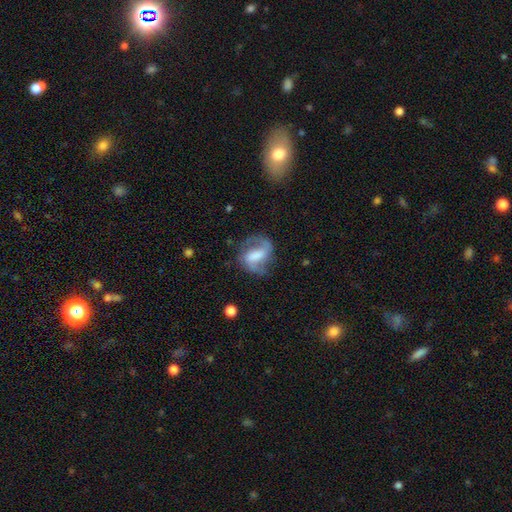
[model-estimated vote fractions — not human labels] Smooth or featured: featured or disk — 72% (smooth — 21%)
Edge-on disk: no — 97% (yes — 3%)
Bar: weak — 42% (strong — 41%)
Spiral arms: yes — 88% (no — 12%)
Spiral winding: medium — 48% (loose — 34%)
Spiral arm count: 2 — 82% (1 — 9%)
Bulge size: moderate — 31% (large — 25%)
Merging: none — 62% (minor disturbance — 21%)